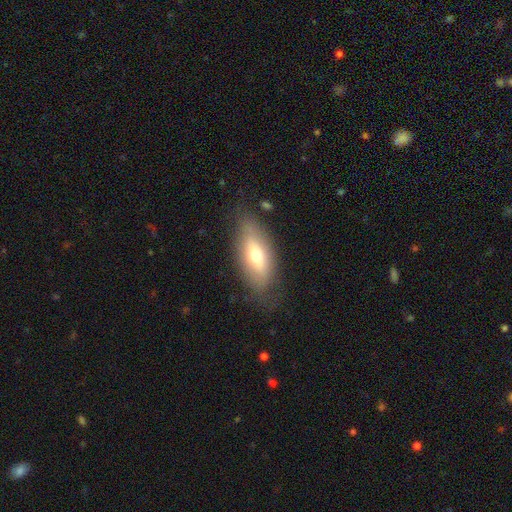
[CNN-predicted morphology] This is possibly a smooth galaxy (58%). How rounded: likely in between (76%). Merging: likely none (76%).